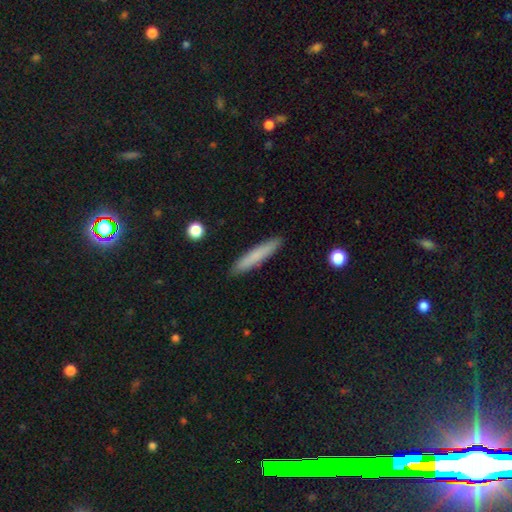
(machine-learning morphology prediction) Smooth or featured? Predicted: smooth (p=0.77). How rounded? Predicted: cigar-shaped (p=0.93). Merging? Predicted: none (p=0.91).